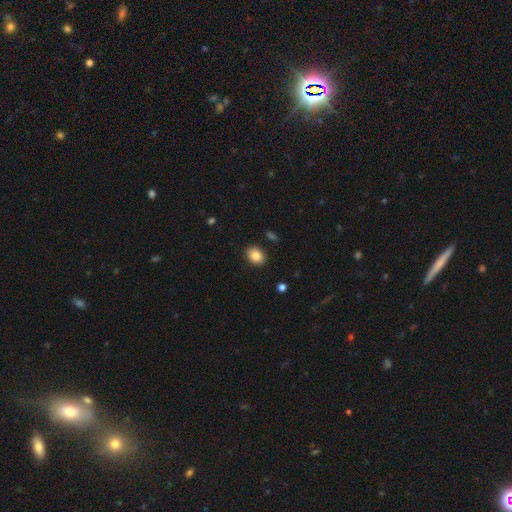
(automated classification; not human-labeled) Smooth or featured?
  - smooth: 85% *
  - star or artifact: 9%
  - featured or disk: 6%
How rounded?
  - in between: 59% *
  - round: 40%
  - cigar-shaped: 1%
Merging?
  - none: 89% *
  - minor disturbance: 7%
  - major disturbance: 2%
  - merger: 1%